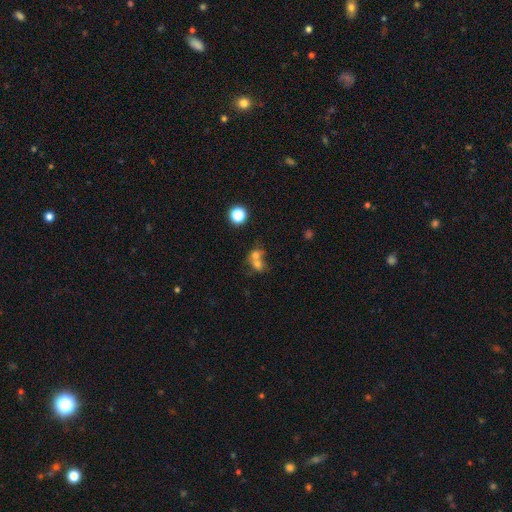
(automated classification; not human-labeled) Overall: smooth (64%). How rounded: round (66%; in between 33%). Merging: merger (65%).